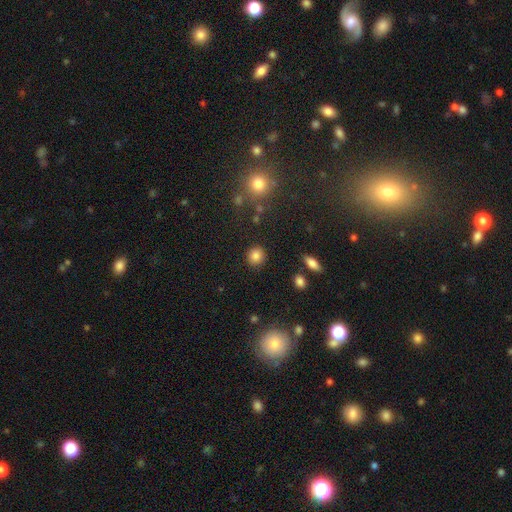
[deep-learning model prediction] Morphology: type=smooth (84%); roundness=round (87%); merging=none (89%).